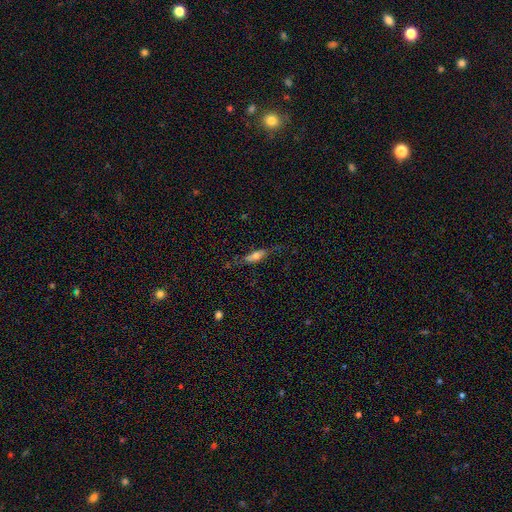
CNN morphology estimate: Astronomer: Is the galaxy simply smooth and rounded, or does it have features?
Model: smooth — 58% (runner-up: featured or disk, 34%).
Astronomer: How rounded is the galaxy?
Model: in between — 50% (runner-up: cigar-shaped, 47%).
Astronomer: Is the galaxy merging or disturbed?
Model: none — 61%.